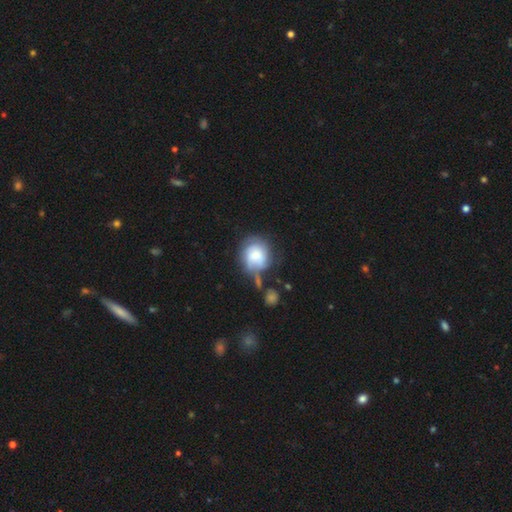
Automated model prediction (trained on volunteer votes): Smooth or featured? smooth (58%)
How rounded? round (72%)
Merging? none (40%)